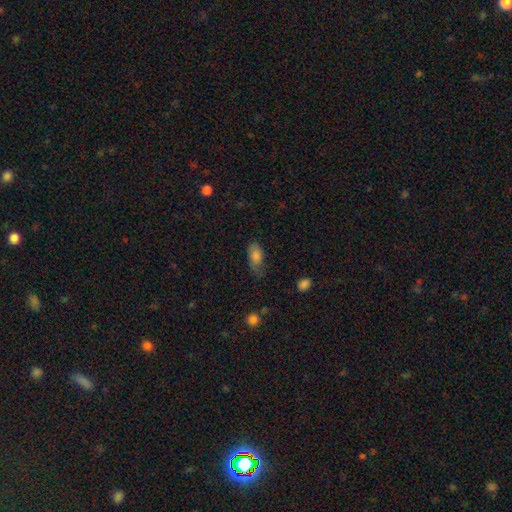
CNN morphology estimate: The model was most divided on "merging": none: 53%, minor disturbance: 33%, major disturbance: 12%, merger: 2%. More confident: how rounded — in between (88%); smooth or featured — smooth (78%).